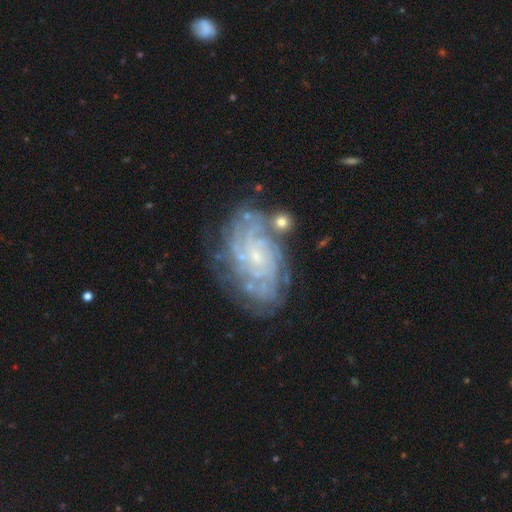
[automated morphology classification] A featured or disk galaxy (88%) with no bar (72%), tight (77%) spiral arms (97%) and a small central bulge (81%).

Vote fractions:
- Smooth or featured? featured or disk: 88% / star or artifact: 6% / smooth: 6%
- Edge-on disk? no: 97% / yes: 3%
- Bar? no: 72% / weak: 23% / strong: 6%
- Spiral arms? yes: 97% / no: 3%
- Spiral winding? tight: 77% / medium: 19% / loose: 4%
- Spiral arm count? can't tell: 27% / 4: 24% / more than 4: 21% / 3: 12% / 2: 9% / 1: 6%
- Bulge size? small: 81% / moderate: 12% / none: 5% / large: 1% / dominant: 1%
- Merging? none: 71% / minor disturbance: 17% / major disturbance: 7% / merger: 6%